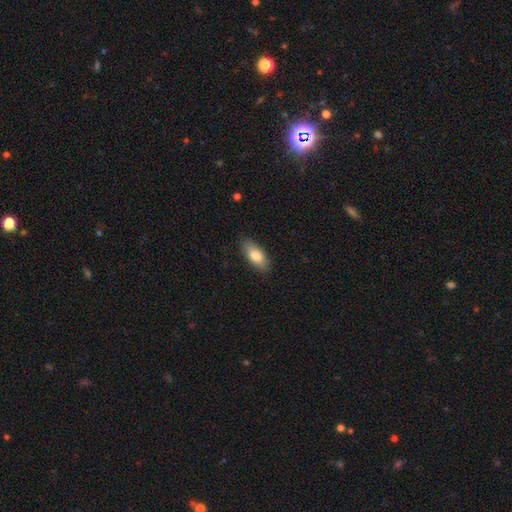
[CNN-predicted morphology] The model was most divided on "smooth or featured": smooth: 79%, featured or disk: 15%, star or artifact: 6%. More confident: merging — none (87%); how rounded — in between (84%).